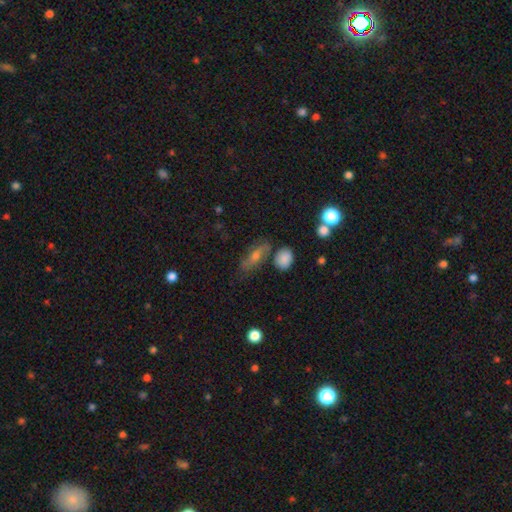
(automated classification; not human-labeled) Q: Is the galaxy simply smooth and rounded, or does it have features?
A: smooth — 44%.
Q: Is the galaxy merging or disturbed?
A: none — 64%.